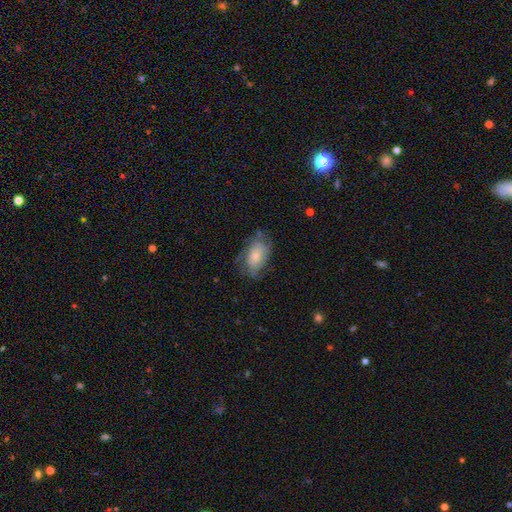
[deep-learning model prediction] Smooth or featured? smooth (61%)
How rounded? in between (90%)
Merging? none (55%)